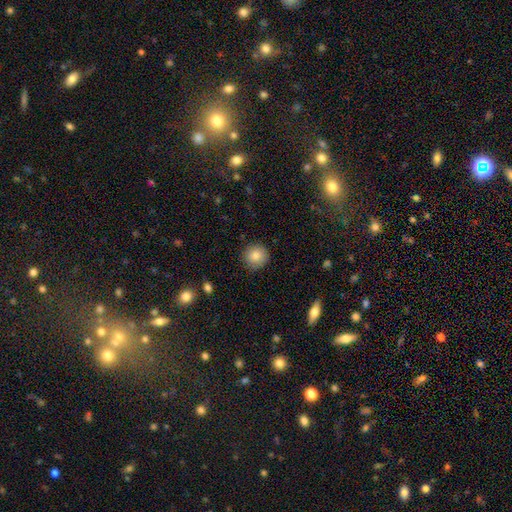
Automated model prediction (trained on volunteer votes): Morphology: type=smooth (84%); roundness=round (92%); merging=none (88%).